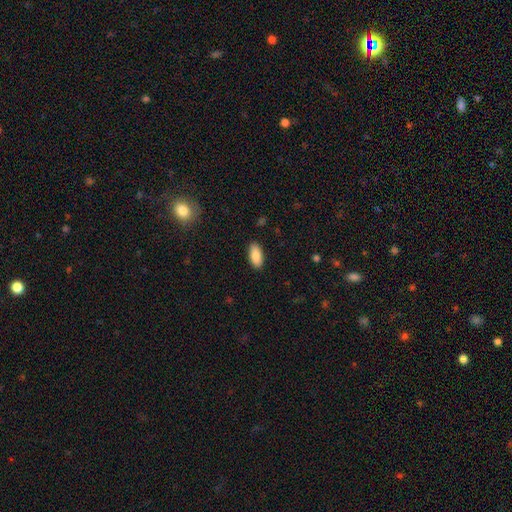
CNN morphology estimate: A smooth galaxy with no disk features (88%) that is in between round and cigar-shaped (91%).

Vote fractions:
- Smooth or featured? smooth: 88% / star or artifact: 6% / featured or disk: 6%
- How rounded? in between: 91% / cigar-shaped: 7% / round: 2%
- Merging? none: 89% / minor disturbance: 8% / major disturbance: 2% / merger: 1%